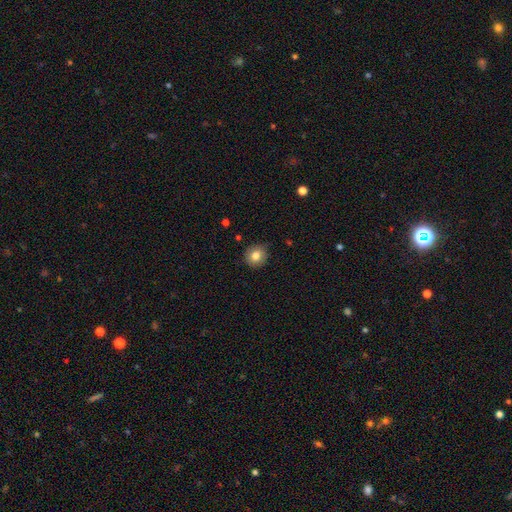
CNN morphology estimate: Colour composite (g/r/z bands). It shows a smooth galaxy with no disk features (82%) that is round (85%). Merging: none (83%).